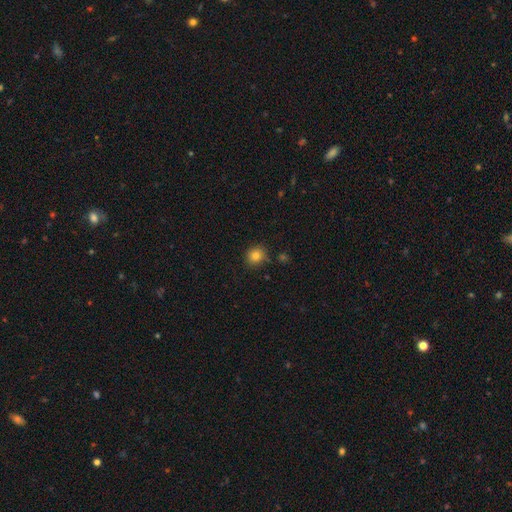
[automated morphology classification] Smooth or featured?
  - smooth: 81% *
  - star or artifact: 12%
  - featured or disk: 7%
How rounded?
  - round: 87% *
  - in between: 12%
  - cigar-shaped: 1%
Merging?
  - none: 84% *
  - minor disturbance: 11%
  - merger: 3%
  - major disturbance: 2%